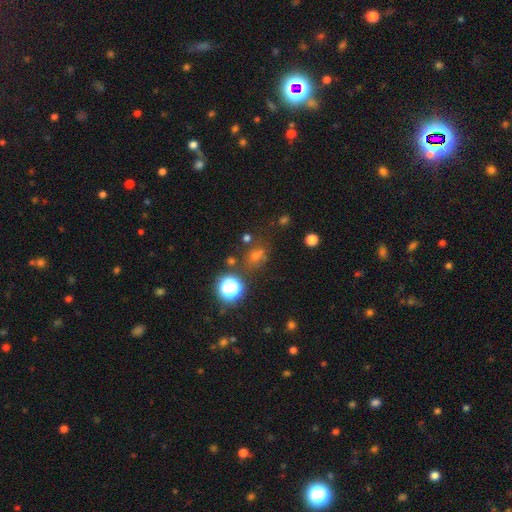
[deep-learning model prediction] A star or artifact, not a galaxy (45%).